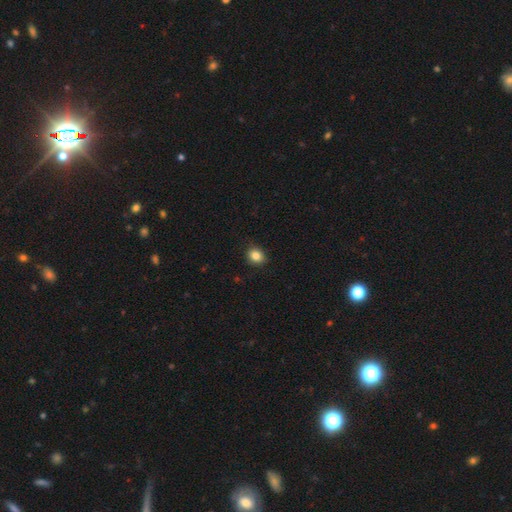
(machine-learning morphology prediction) type=smooth (85%); roundness=round (61%); merging=none (86%).